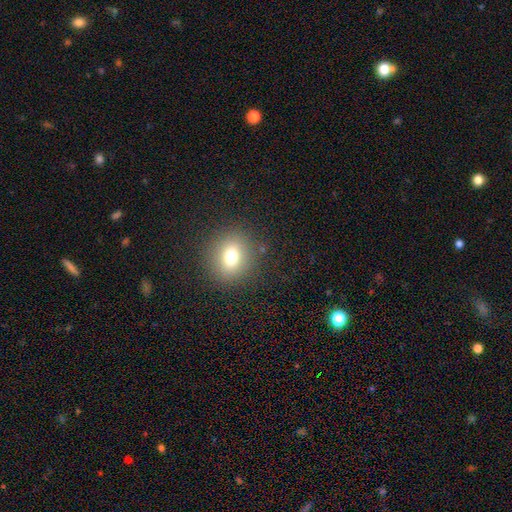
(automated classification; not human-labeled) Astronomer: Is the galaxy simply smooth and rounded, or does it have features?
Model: smooth — 72%.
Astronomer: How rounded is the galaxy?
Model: round — 72%.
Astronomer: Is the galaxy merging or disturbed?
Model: none — 90%.